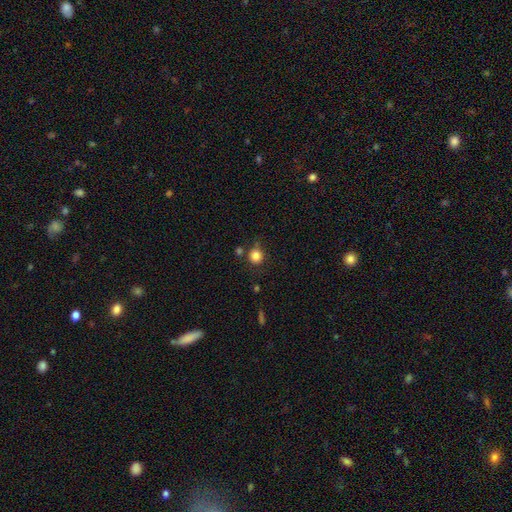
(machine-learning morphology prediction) type=smooth (84%); roundness=round (89%); merging=none (73%).